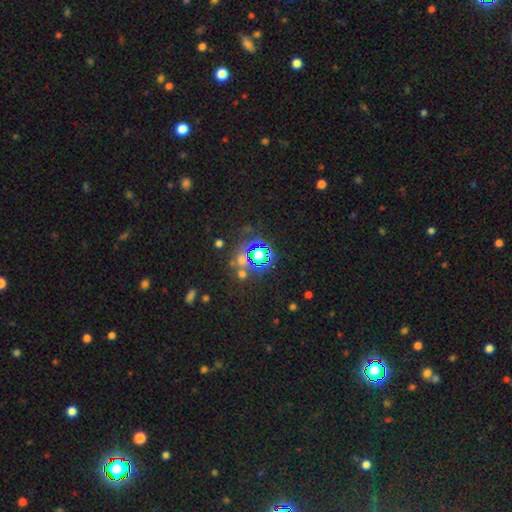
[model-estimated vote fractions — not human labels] The model was most divided on "smooth or featured": star or artifact: 68%, smooth: 23%, featured or disk: 10%.